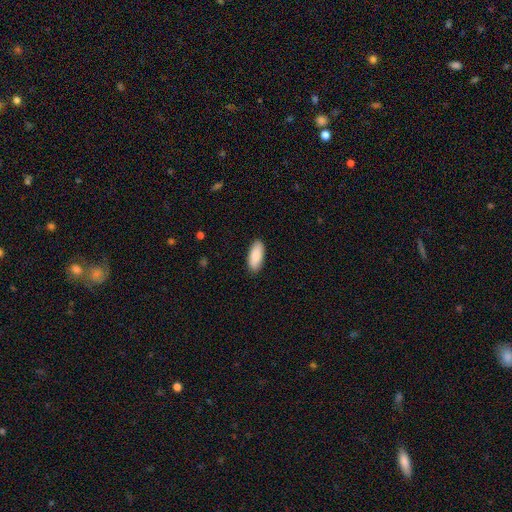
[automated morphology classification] A smooth galaxy with no disk features (89%) that is in between round and cigar-shaped (82%). Merging: none (89%).